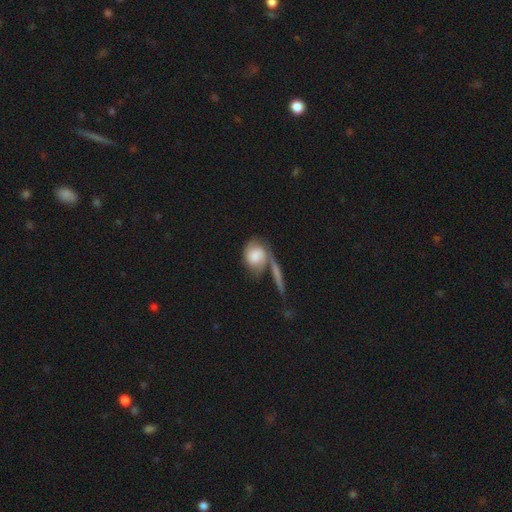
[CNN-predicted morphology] Smooth or featured: featured or disk — 48% (smooth — 44%)
Merging: merger — 35% (none — 33%)